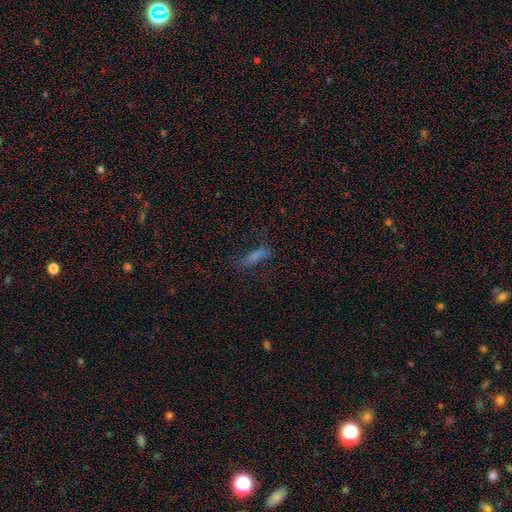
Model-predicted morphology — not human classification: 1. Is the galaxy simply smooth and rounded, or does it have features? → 60% smooth, 21% featured or disk, 19% star or artifact.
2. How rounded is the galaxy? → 75% cigar-shaped, 22% in between, 3% round.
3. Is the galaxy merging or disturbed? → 66% none, 20% minor disturbance, 11% major disturbance, 3% merger.